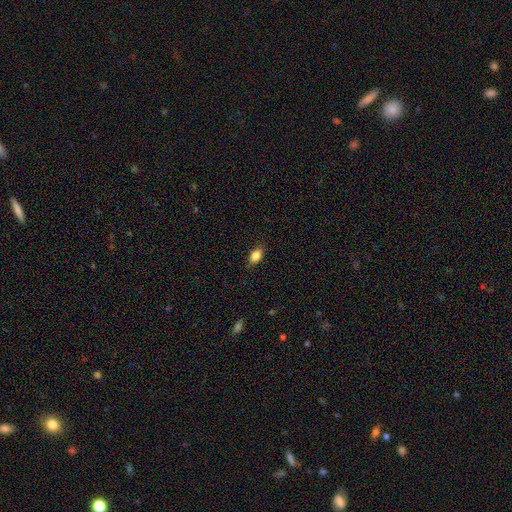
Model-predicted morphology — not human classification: Smooth or featured: smooth — 86% (star or artifact — 9%)
How rounded: in between — 84% (round — 13%)
Merging: none — 82% (minor disturbance — 14%)